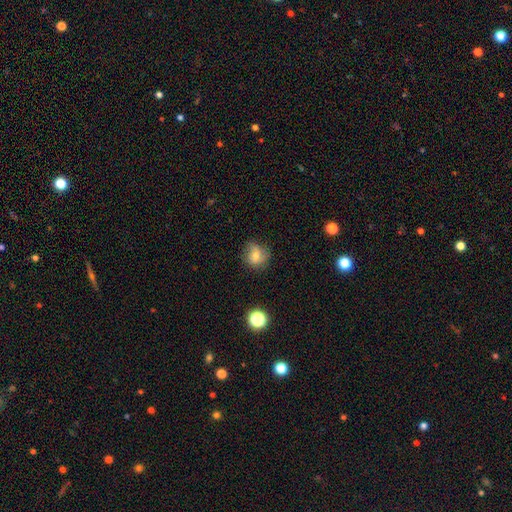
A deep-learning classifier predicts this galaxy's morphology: smooth 64%, featured or disk 24%, star or artifact 11%. Down the decision tree: how rounded — round (79%); merging — none (67%).